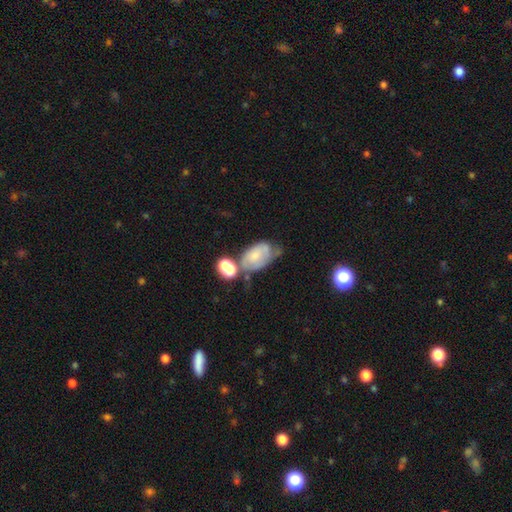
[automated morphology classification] type=smooth (53%); roundness=in between (90%); merging=merger (31%).